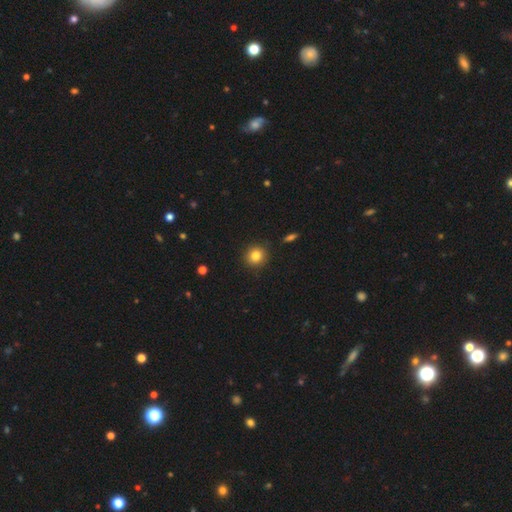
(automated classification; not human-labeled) Smooth or featured?
  - smooth: 83% *
  - star or artifact: 11%
  - featured or disk: 6%
How rounded?
  - round: 89% *
  - in between: 10%
  - cigar-shaped: 1%
Merging?
  - none: 90% *
  - minor disturbance: 7%
  - major disturbance: 2%
  - merger: 1%